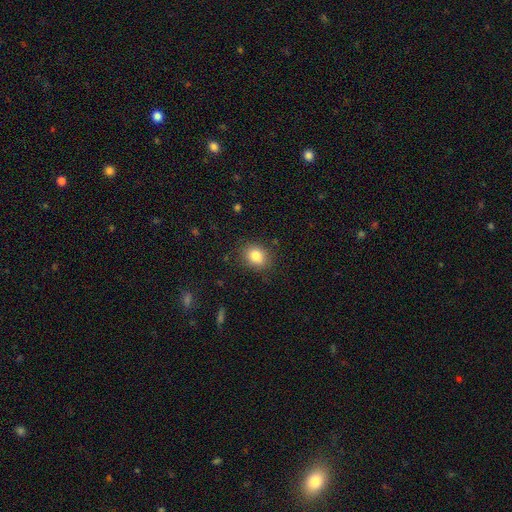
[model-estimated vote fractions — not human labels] Smooth or featured? Predicted: smooth (p=0.83). How rounded? Predicted: round (p=0.50). Merging? Predicted: none (p=0.84).